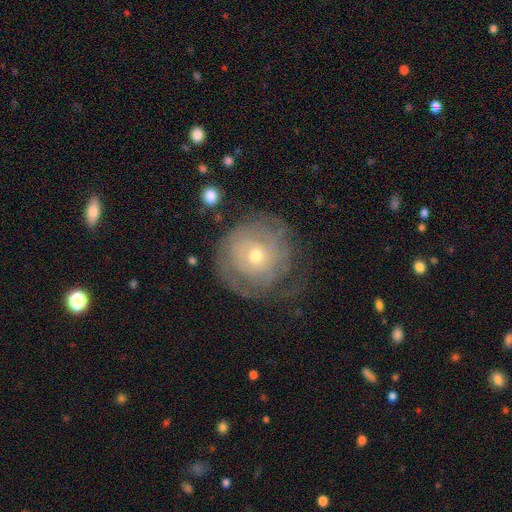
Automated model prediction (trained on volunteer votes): Morphology: type=featured or disk (63%); edge-on=no (97%); bar=no (82%); spiral arms=yes (73%); bulge=small (55%); merging=none (65%).